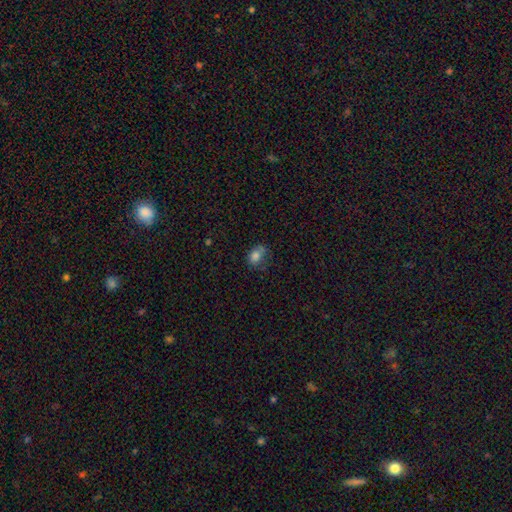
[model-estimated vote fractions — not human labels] Overall: smooth (78%). How rounded: in between (65%; round 34%). Merging: none (48%; minor disturbance 30%).